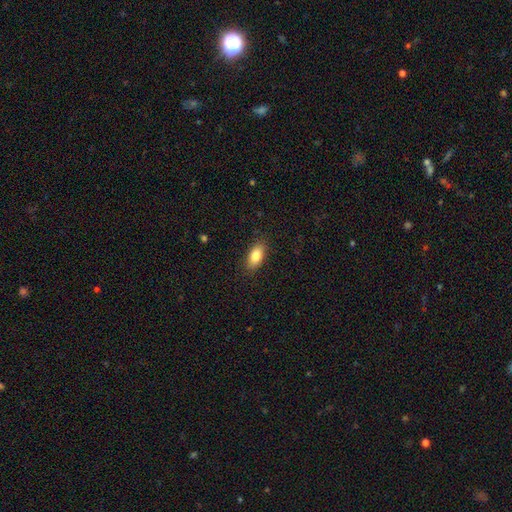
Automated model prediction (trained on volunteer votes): A smooth galaxy with no disk features (84%) that is in between round and cigar-shaped (88%).

Vote fractions:
- Smooth or featured? smooth: 84% / featured or disk: 9% / star or artifact: 7%
- How rounded? in between: 88% / cigar-shaped: 9% / round: 3%
- Merging? none: 86% / minor disturbance: 10% / major disturbance: 3% / merger: 1%